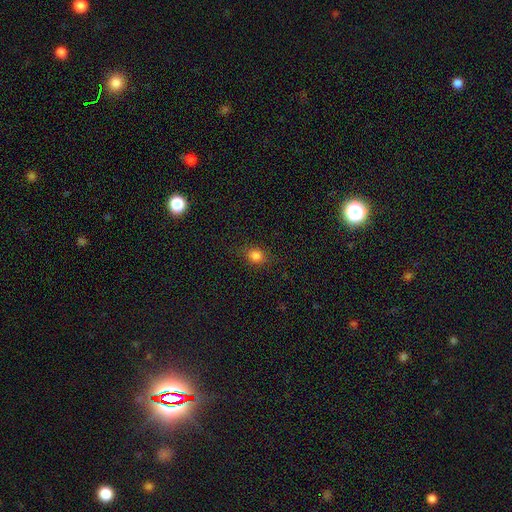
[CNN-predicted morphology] This appears to be a smooth galaxy with no disk features (81%) that is round (57%). Merging: none (83%).